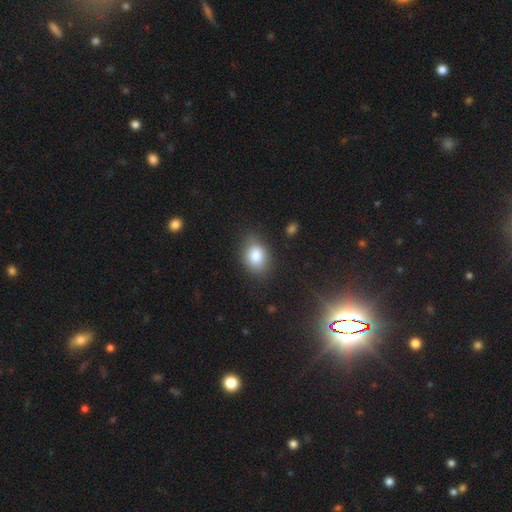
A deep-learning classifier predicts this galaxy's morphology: Smooth or featured? smooth (83%)
How rounded? in between (73%)
Merging? none (76%)